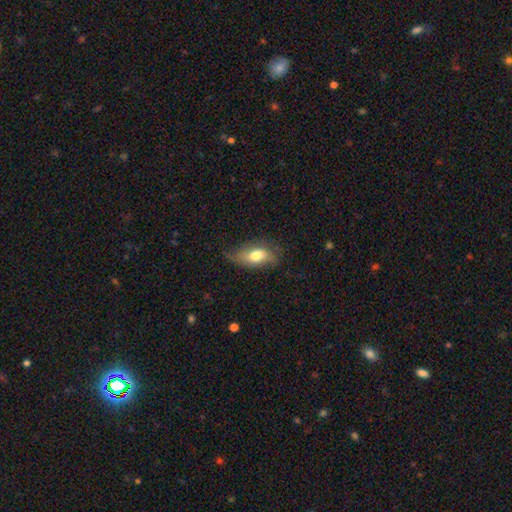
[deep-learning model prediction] A smooth galaxy with no disk features (70%) that is in between round and cigar-shaped (86%). Merging: none (55%).